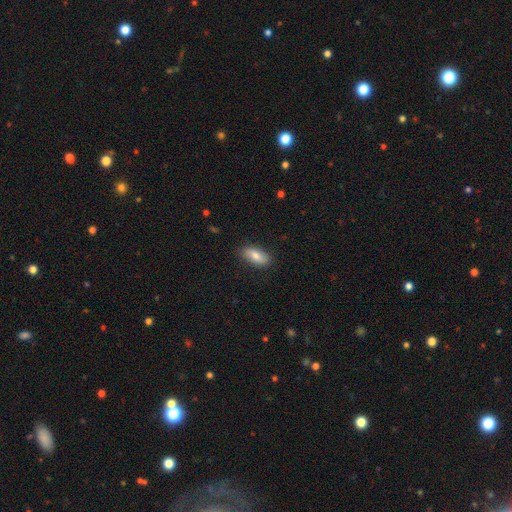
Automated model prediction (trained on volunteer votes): Overall: smooth (71%). How rounded: in between (81%). Merging: none (84%).